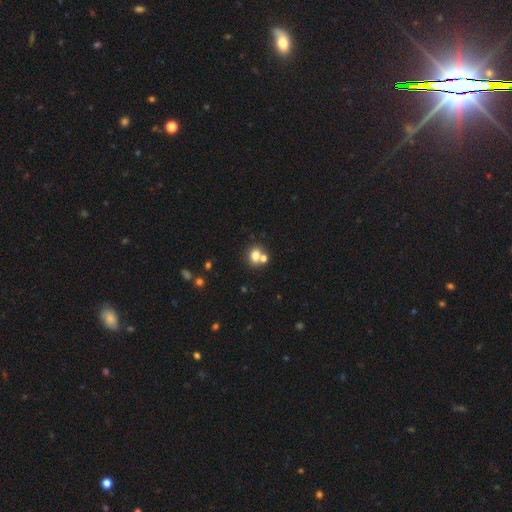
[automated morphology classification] smooth 75%, featured or disk 13%, star or artifact 12%. Down the decision tree: how rounded — round (60%); merging — none (50%).